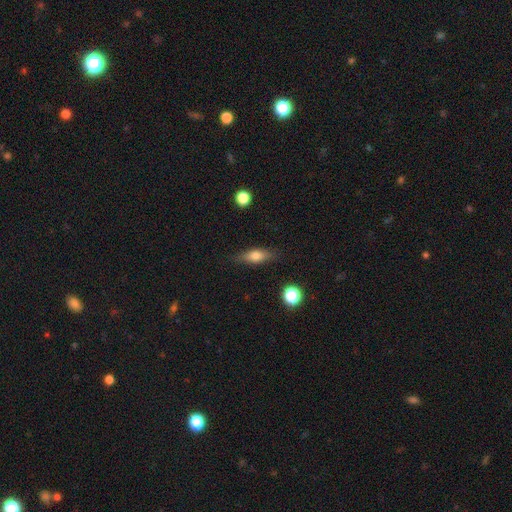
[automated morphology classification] smooth-or-featured: smooth: 65% | featured or disk: 27% | star or artifact: 8%
  how-rounded: in between: 60% | cigar-shaped: 34% | round: 6%
  merging: none: 82% | minor disturbance: 14% | major disturbance: 3% | merger: 2%